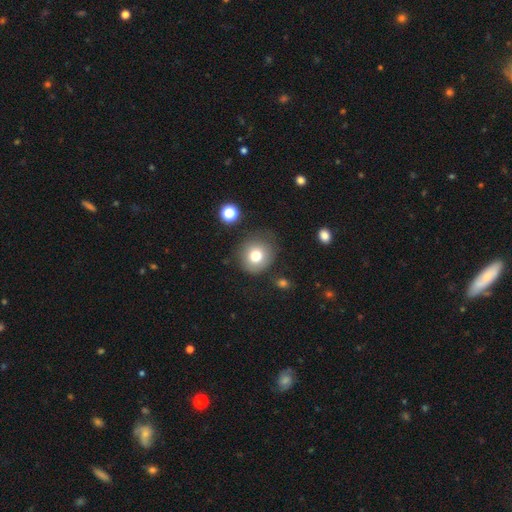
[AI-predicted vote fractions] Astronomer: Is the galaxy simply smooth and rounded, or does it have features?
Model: smooth — 76%.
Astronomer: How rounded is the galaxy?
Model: round — 88%.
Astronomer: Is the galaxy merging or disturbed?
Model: none — 77%.